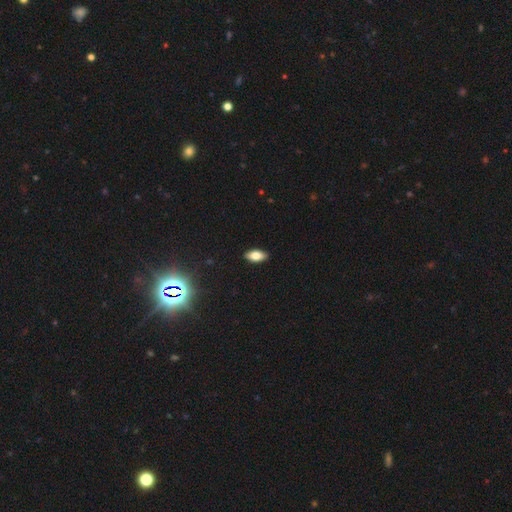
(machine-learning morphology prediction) This is likely a smooth galaxy (77%). How rounded: clearly in between (89%). Merging: clearly none (89%).